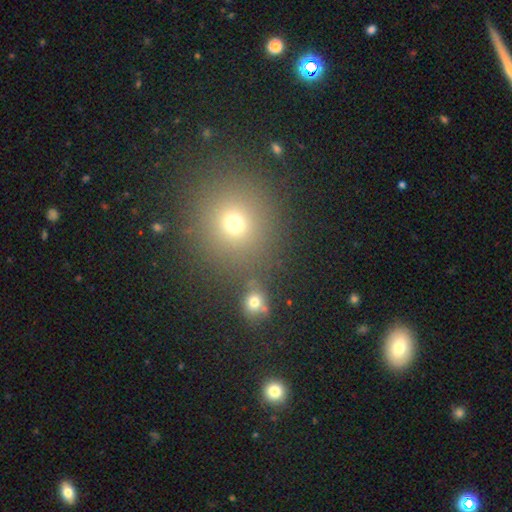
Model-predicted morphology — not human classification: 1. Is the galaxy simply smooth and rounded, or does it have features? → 58% smooth, 33% star or artifact, 9% featured or disk.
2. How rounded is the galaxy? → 89% round, 10% in between, 1% cigar-shaped.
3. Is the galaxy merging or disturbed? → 83% none, 7% minor disturbance, 7% merger, 3% major disturbance.